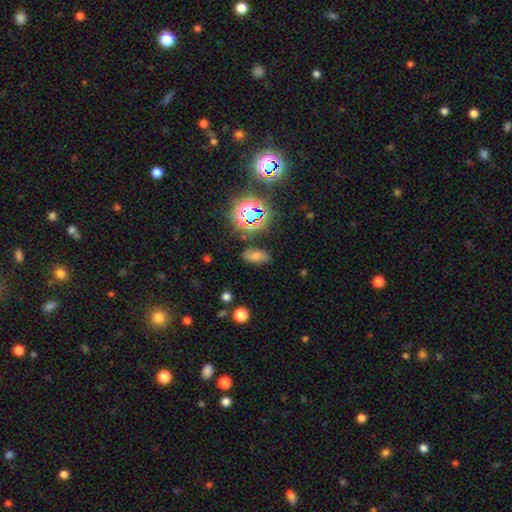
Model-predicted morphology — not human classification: Smooth or featured?
  - smooth: 46% *
  - star or artifact: 35%
  - featured or disk: 19%
Merging?
  - none: 77% *
  - minor disturbance: 15%
  - major disturbance: 5%
  - merger: 3%